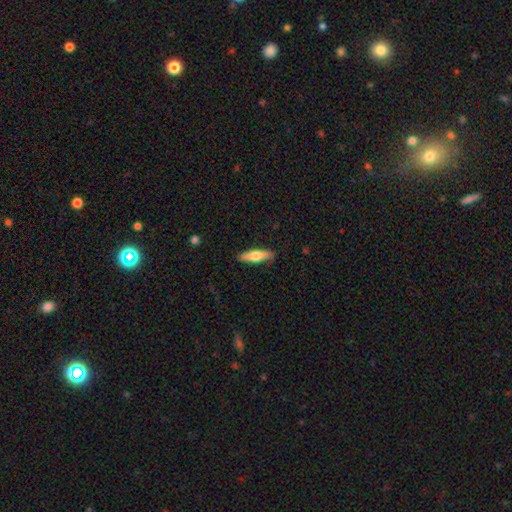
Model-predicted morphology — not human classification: Q: Smooth or featured?
A: smooth (60%); runner-up: featured or disk (34%)
Q: How rounded?
A: cigar-shaped (66%); runner-up: in between (31%)
Q: Merging?
A: none (86%); runner-up: minor disturbance (11%)